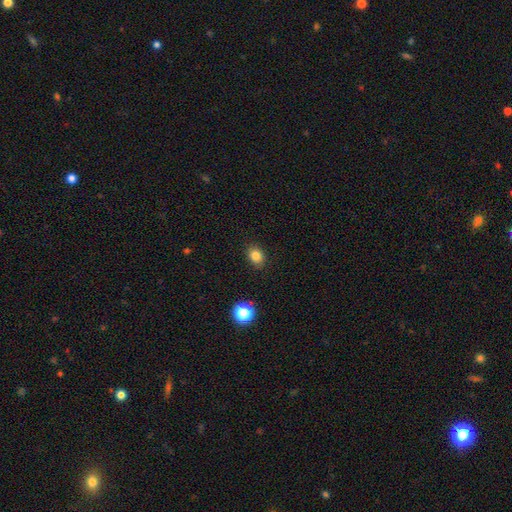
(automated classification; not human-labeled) smooth_or_featured: smooth (p=0.83) [alt: star or artifact p=0.12]
how_rounded: in between (p=0.53) [alt: round p=0.46]
merging: none (p=0.88) [alt: minor disturbance p=0.09]